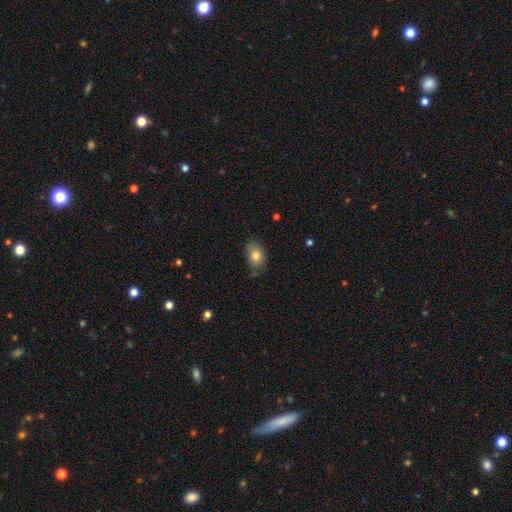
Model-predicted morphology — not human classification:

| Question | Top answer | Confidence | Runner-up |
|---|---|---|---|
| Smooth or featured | smooth | 80% | featured or disk (12%) |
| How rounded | in between | 86% | round (13%) |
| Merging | none | 71% | minor disturbance (23%) |